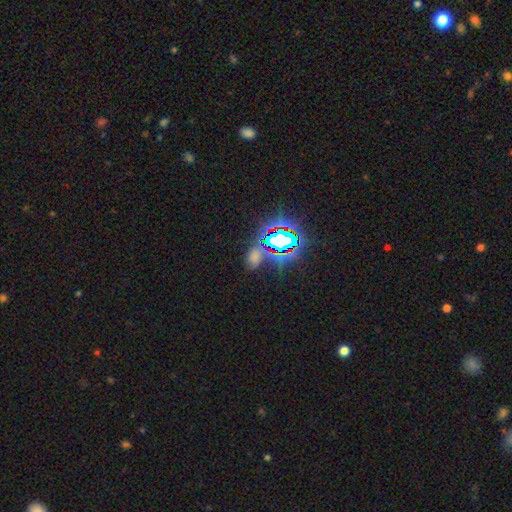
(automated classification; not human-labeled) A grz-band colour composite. It shows a star or artifact, not a galaxy (52%).